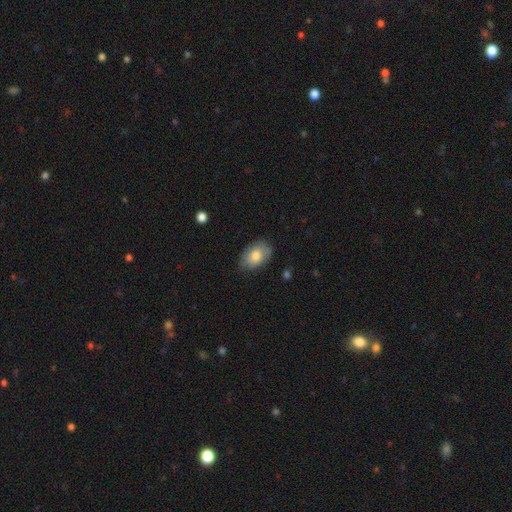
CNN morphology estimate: smooth_or_featured: smooth (p=0.77) [alt: featured or disk p=0.17]
how_rounded: in between (p=0.88) [alt: round p=0.11]
merging: none (p=0.71) [alt: minor disturbance p=0.23]